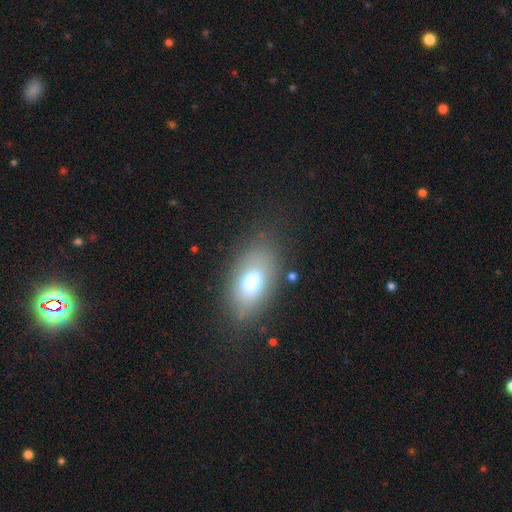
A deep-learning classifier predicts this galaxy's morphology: Overall: smooth (68%). How rounded: in between (87%). Merging: none (77%).